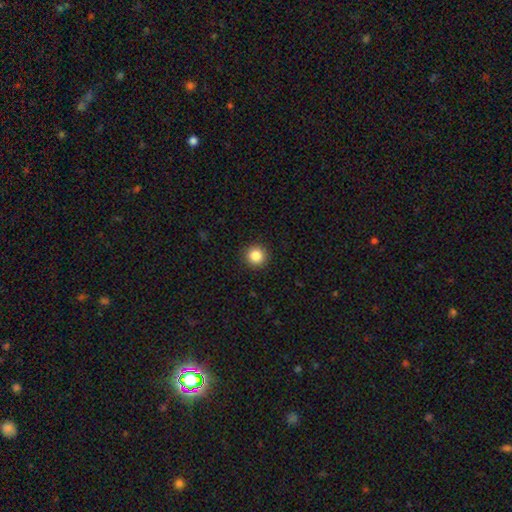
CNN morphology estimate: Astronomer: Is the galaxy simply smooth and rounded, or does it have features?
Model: smooth — 85%.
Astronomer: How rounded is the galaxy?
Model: round — 95%.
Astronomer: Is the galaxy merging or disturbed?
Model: none — 92%.